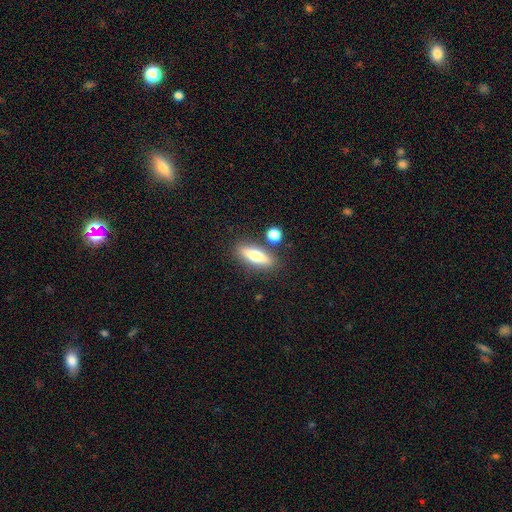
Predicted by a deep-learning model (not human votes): smooth_or_featured: smooth (p=0.60) [alt: featured or disk p=0.32]
how_rounded: in between (p=0.50) [alt: cigar-shaped p=0.47]
merging: none (p=0.79) [alt: minor disturbance p=0.10]